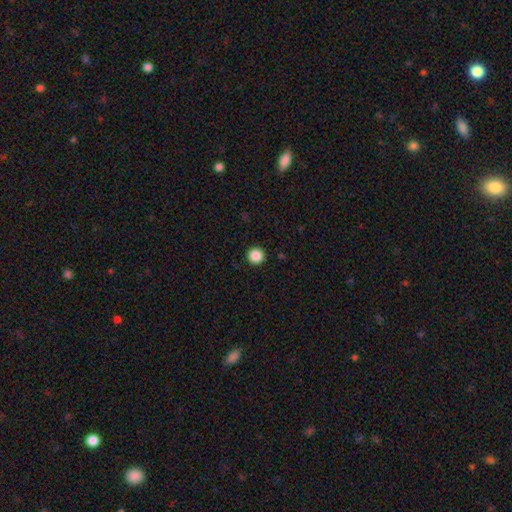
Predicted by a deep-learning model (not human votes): Smooth or featured?
  - smooth: 88% *
  - star or artifact: 10%
  - featured or disk: 3%
How rounded?
  - round: 96% *
  - in between: 3%
  - cigar-shaped: 1%
Merging?
  - none: 94% *
  - minor disturbance: 4%
  - major disturbance: 1%
  - merger: 1%